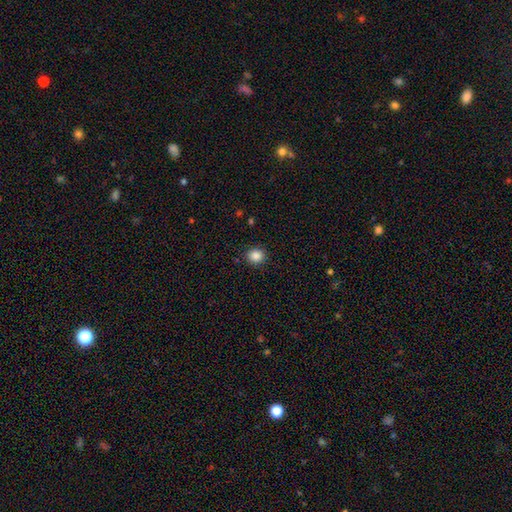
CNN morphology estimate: Q: Smooth or featured?
A: smooth (86%); runner-up: star or artifact (10%)
Q: How rounded?
A: round (84%); runner-up: in between (15%)
Q: Merging?
A: none (90%); runner-up: minor disturbance (6%)